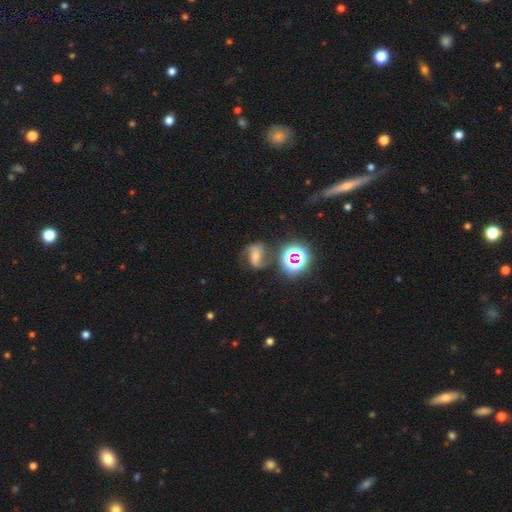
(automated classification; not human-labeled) Smooth or featured? Predicted: featured or disk (p=0.68). Edge-on disk? Predicted: no (p=0.97). Bar? Predicted: strong (p=0.38). Spiral arms? Predicted: yes (p=0.94). Spiral winding? Predicted: loose (p=0.45). Spiral arm count? Predicted: 2 (p=0.85). Bulge size? Predicted: moderate (p=0.49). Merging? Predicted: none (p=0.67).